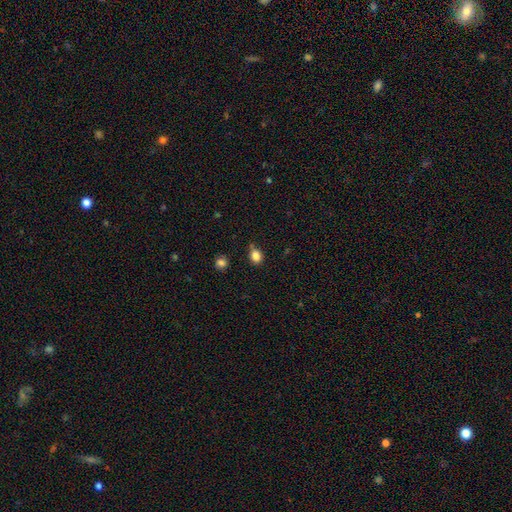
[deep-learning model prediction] Morphology: type=smooth (84%); roundness=in between (52%); merging=none (71%).